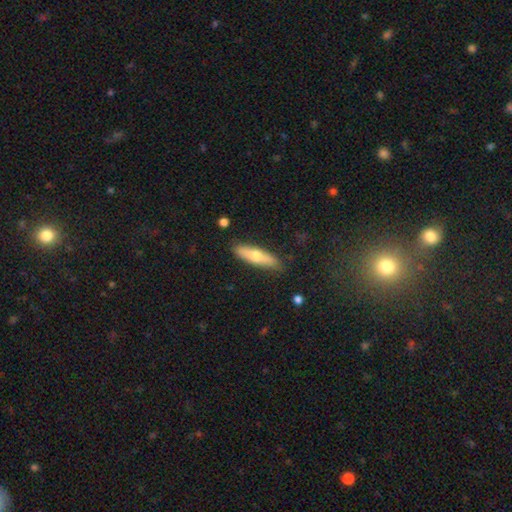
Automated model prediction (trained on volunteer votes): Overall: smooth (60%; featured or disk 35%). How rounded: cigar-shaped (64%; in between 34%). Merging: none (85%).